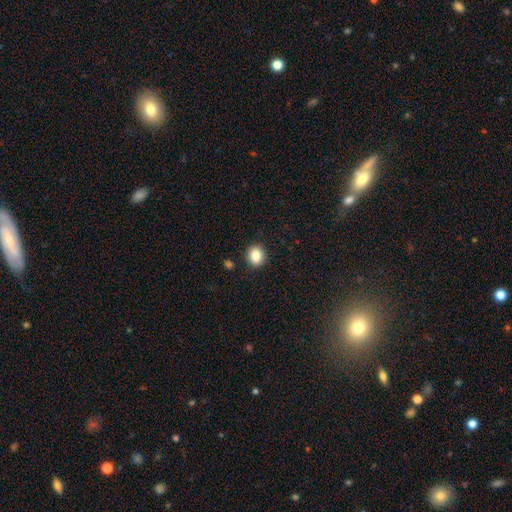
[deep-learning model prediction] Smooth or featured: smooth — 85% (star or artifact — 10%)
How rounded: round — 72% (in between — 27%)
Merging: none — 90% (minor disturbance — 7%)